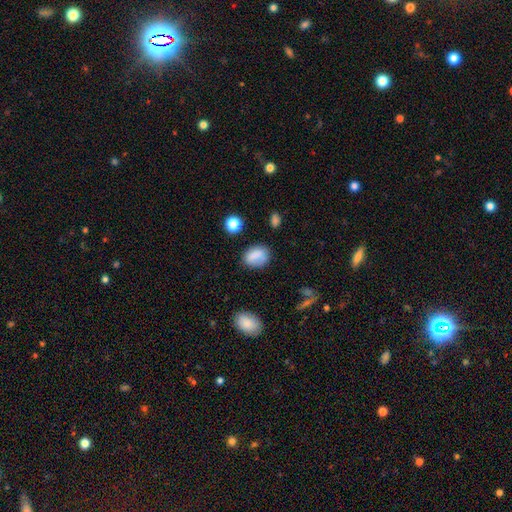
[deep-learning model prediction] smooth-or-featured: smooth: 79% | featured or disk: 11% | star or artifact: 10%
  how-rounded: in between: 71% | round: 27% | cigar-shaped: 2%
  merging: none: 67% | minor disturbance: 22% | major disturbance: 7% | merger: 5%